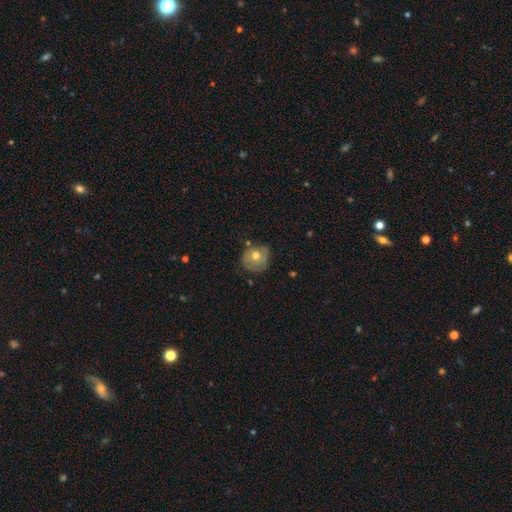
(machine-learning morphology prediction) smooth 58%, featured or disk 34%, star or artifact 8%. Down the decision tree: how rounded — round (82%); merging — none (63%).